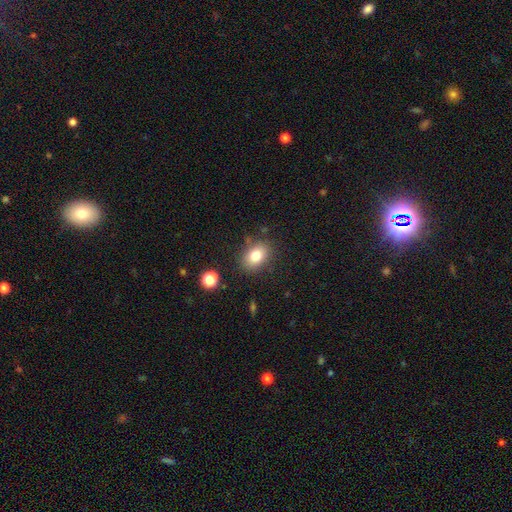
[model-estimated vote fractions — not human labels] Overall: smooth (80%). How rounded: in between (75%). Merging: none (81%).